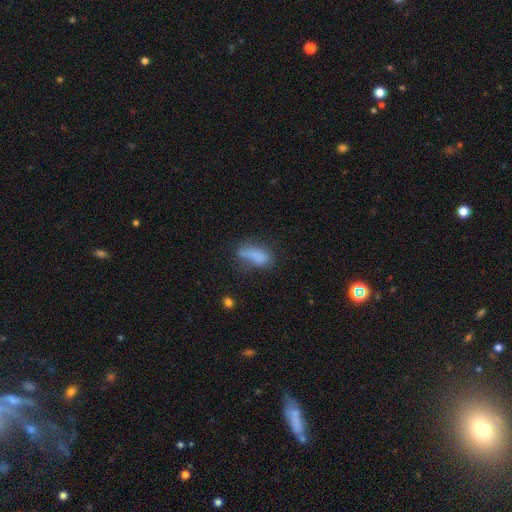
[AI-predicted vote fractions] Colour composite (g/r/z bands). It shows a smooth galaxy with no disk features (72%) that is in between round and cigar-shaped (71%). Merging: none (41%).